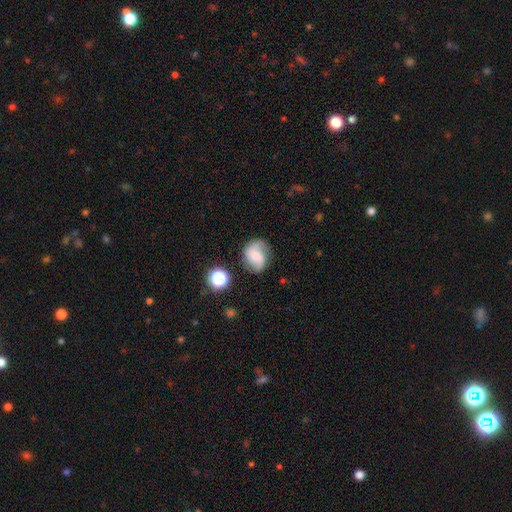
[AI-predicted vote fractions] Q: Smooth or featured?
A: featured or disk (65%); runner-up: smooth (27%)
Q: Edge-on disk?
A: no (97%); runner-up: yes (3%)
Q: Bar?
A: no (44%); runner-up: weak (42%)
Q: Spiral arms?
A: yes (91%); runner-up: no (9%)
Q: Spiral winding?
A: medium (43%); runner-up: loose (38%)
Q: Spiral arm count?
A: 2 (81%); runner-up: can't tell (8%)
Q: Bulge size?
A: moderate (48%); runner-up: small (43%)
Q: Merging?
A: none (72%); runner-up: minor disturbance (18%)